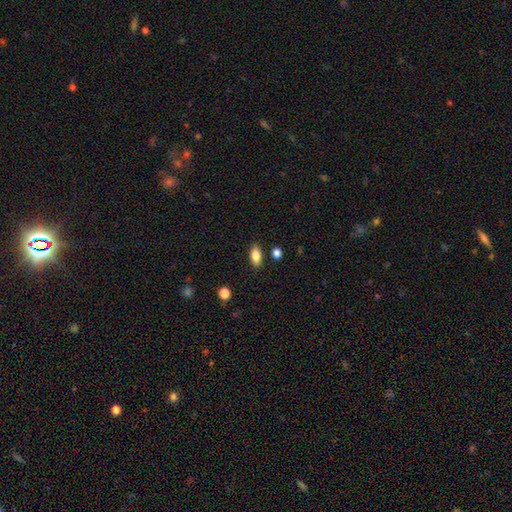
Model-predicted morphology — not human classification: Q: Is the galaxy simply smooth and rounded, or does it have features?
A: smooth — 84%.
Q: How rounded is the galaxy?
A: in between — 88%.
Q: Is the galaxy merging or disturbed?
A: none — 85%.